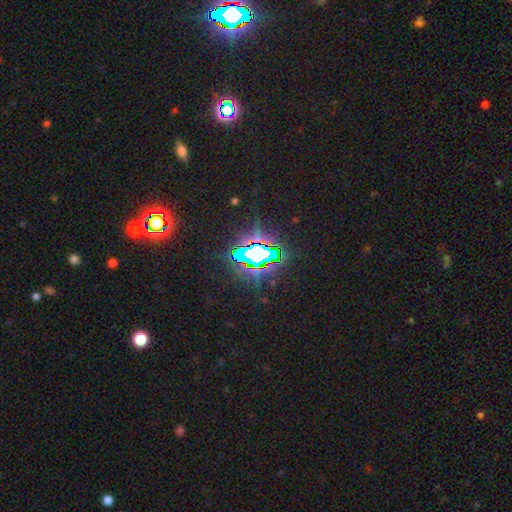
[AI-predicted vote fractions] Smooth or featured? Predicted: star or artifact (p=0.76).